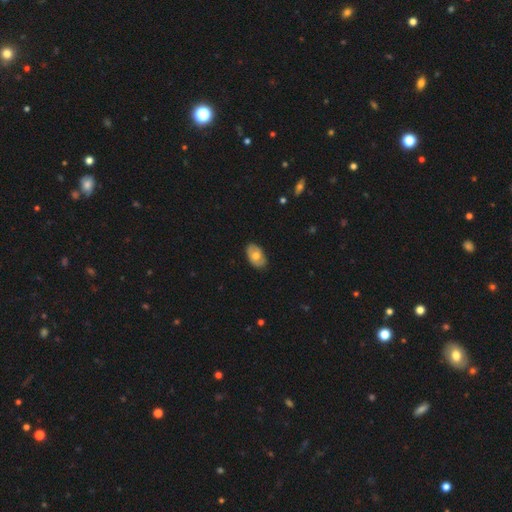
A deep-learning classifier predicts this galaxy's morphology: Smooth or featured: smooth — 58% (featured or disk — 36%)
How rounded: in between — 90% (round — 9%)
Merging: none — 83% (minor disturbance — 14%)